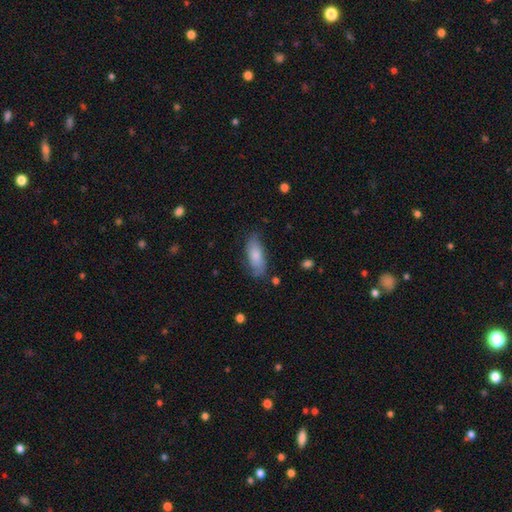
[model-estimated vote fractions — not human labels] Smooth or featured: smooth — 75% (featured or disk — 18%)
How rounded: in between — 78% (cigar-shaped — 20%)
Merging: none — 70% (minor disturbance — 22%)